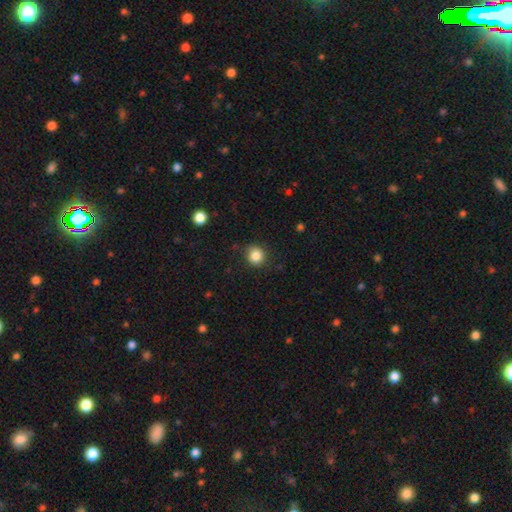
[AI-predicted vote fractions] smooth 85%, star or artifact 11%, featured or disk 4%. Down the decision tree: how rounded — round (88%); merging — none (83%).